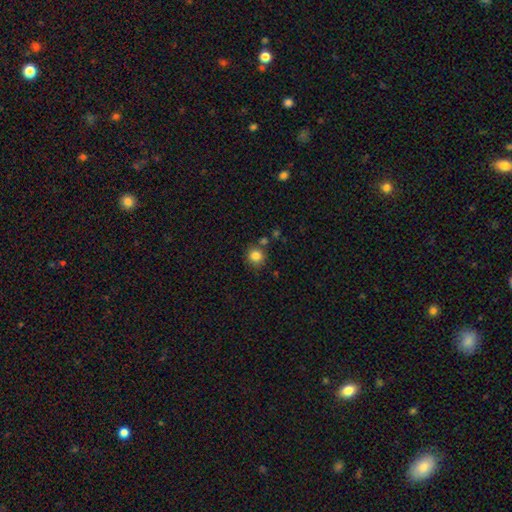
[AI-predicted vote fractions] A smooth galaxy with no disk features (84%) that is round (92%).

Vote fractions:
- Smooth or featured? smooth: 84% / star or artifact: 11% / featured or disk: 5%
- How rounded? round: 92% / in between: 7% / cigar-shaped: 1%
- Merging? none: 78% / minor disturbance: 10% / merger: 8% / major disturbance: 3%